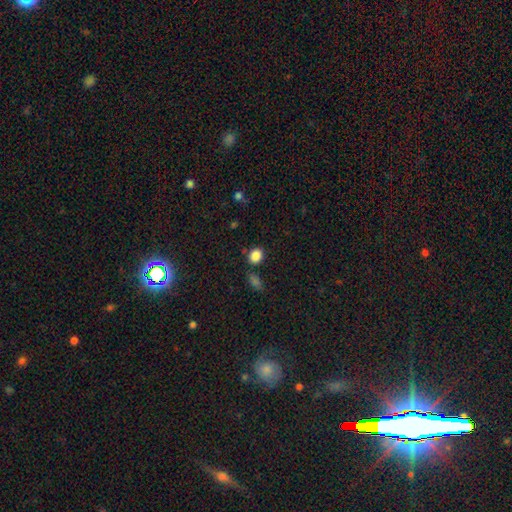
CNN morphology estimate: Smooth or featured?
  - smooth: 86% *
  - star or artifact: 10%
  - featured or disk: 4%
How rounded?
  - round: 59% *
  - in between: 40%
  - cigar-shaped: 1%
Merging?
  - none: 79% *
  - minor disturbance: 12%
  - merger: 6%
  - major disturbance: 3%